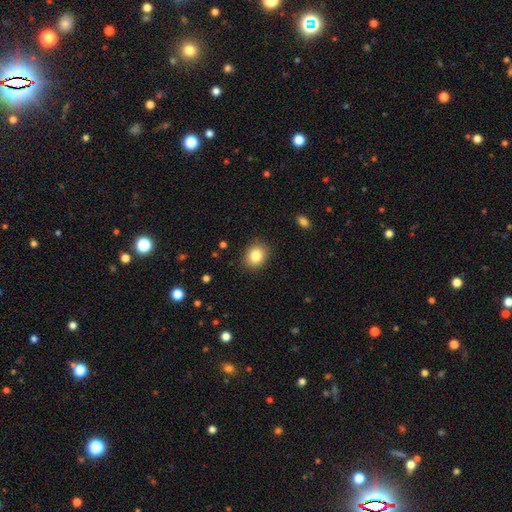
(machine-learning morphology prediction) smooth_or_featured: smooth (p=0.83) [alt: star or artifact p=0.10]
how_rounded: round (p=0.64) [alt: in between p=0.35]
merging: none (p=0.88) [alt: minor disturbance p=0.09]